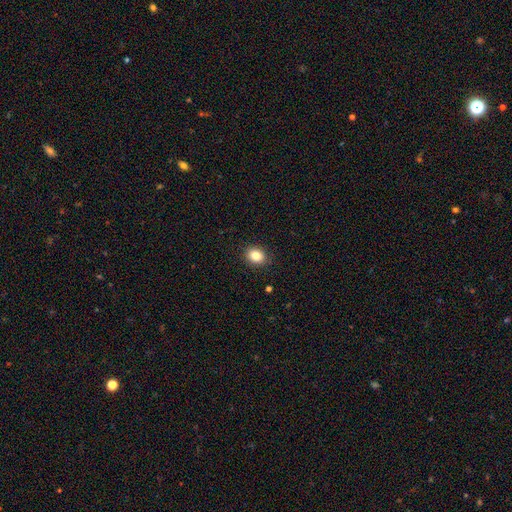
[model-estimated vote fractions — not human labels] Smooth or featured?
  - smooth: 84% *
  - star or artifact: 10%
  - featured or disk: 6%
How rounded?
  - round: 56% *
  - in between: 44%
  - cigar-shaped: 1%
Merging?
  - none: 90% *
  - minor disturbance: 7%
  - major disturbance: 2%
  - merger: 1%